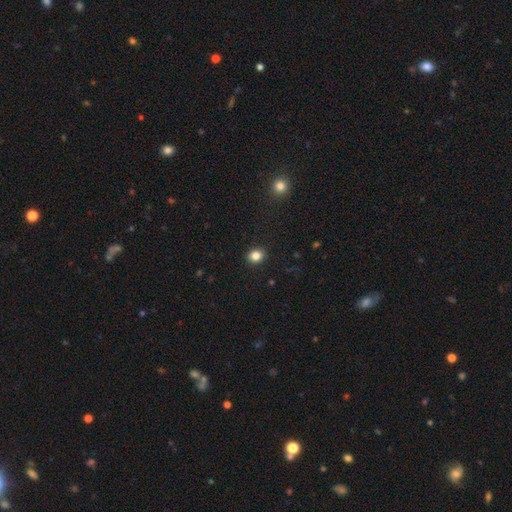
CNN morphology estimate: Smooth or featured? Predicted: smooth (p=0.84). How rounded? Predicted: round (p=0.62). Merging? Predicted: none (p=0.91).